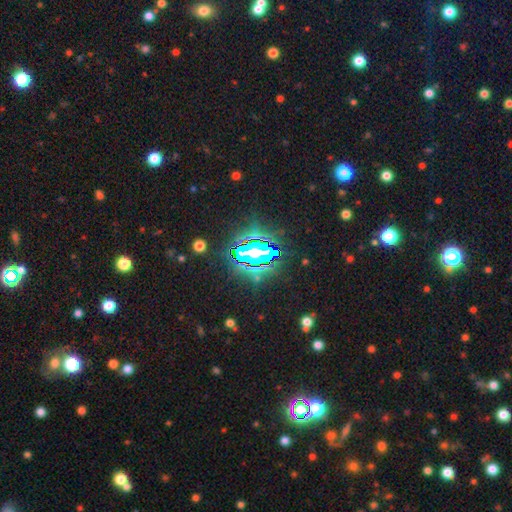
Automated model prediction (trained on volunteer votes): The model was most divided on "smooth or featured": star or artifact: 80%, smooth: 10%, featured or disk: 9%.